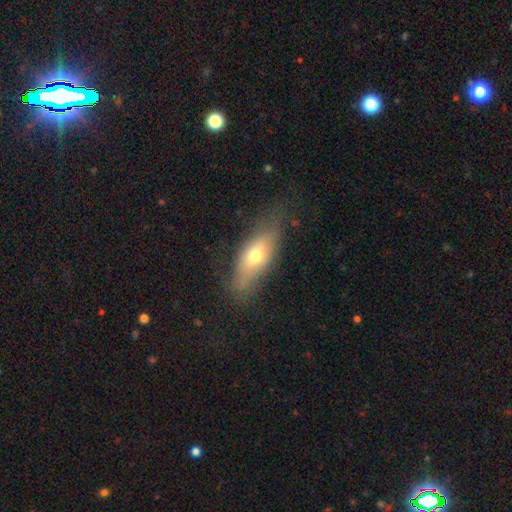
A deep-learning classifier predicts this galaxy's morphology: This appears to be a smooth galaxy with no disk features (61%) that is in between round and cigar-shaped (69%). Merging: none (69%).